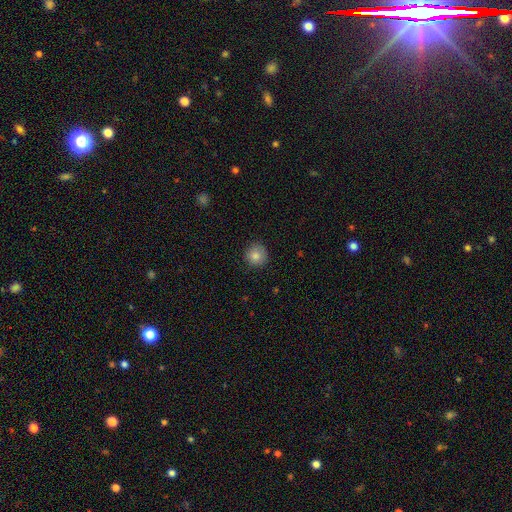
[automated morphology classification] This is clearly a smooth galaxy (84%). How rounded: clearly round (93%). Merging: clearly none (87%).